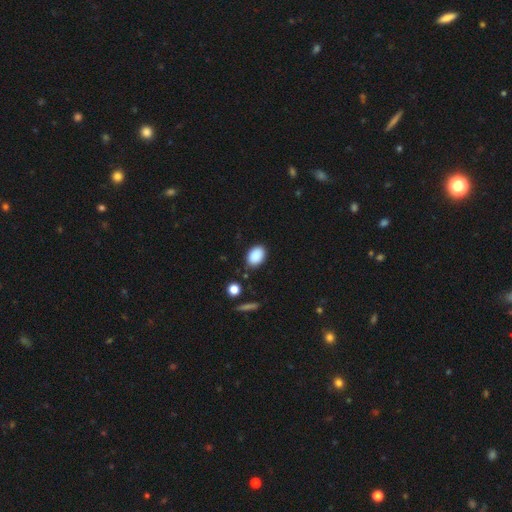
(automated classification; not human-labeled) Q: Smooth or featured?
A: smooth (89%); runner-up: star or artifact (8%)
Q: How rounded?
A: in between (83%); runner-up: round (16%)
Q: Merging?
A: none (84%); runner-up: minor disturbance (11%)